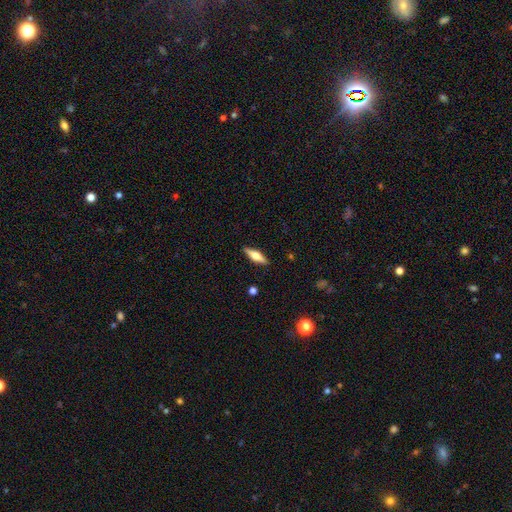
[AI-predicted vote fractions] Smooth or featured?
  - featured or disk: 51% *
  - smooth: 43%
  - star or artifact: 6%
Edge-on disk?
  - yes: 95% *
  - no: 5%
Merging?
  - none: 89% *
  - minor disturbance: 8%
  - major disturbance: 2%
  - merger: 1%